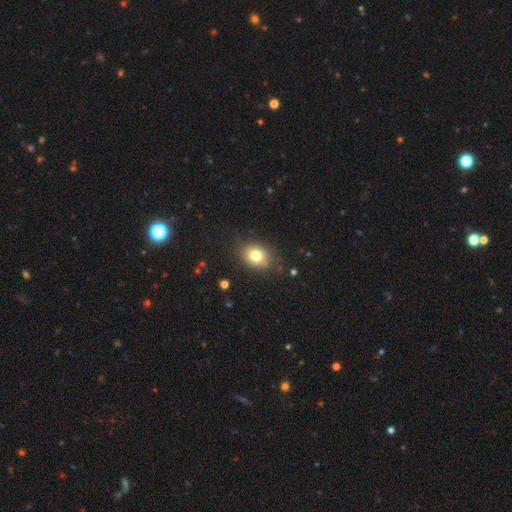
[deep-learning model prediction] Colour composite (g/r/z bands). It shows a smooth galaxy with no disk features (79%) that is in between round and cigar-shaped (61%). Merging: none (81%).